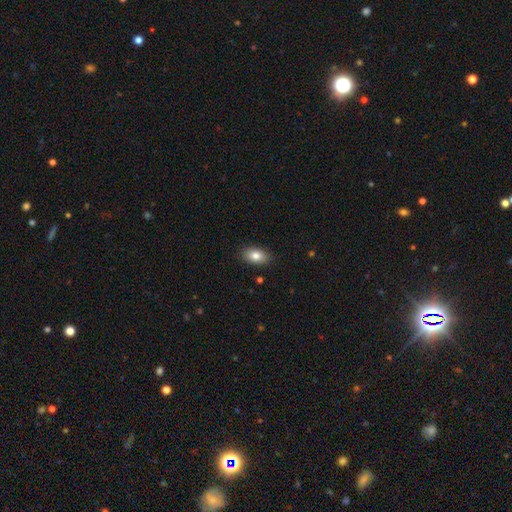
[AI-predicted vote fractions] Smooth or featured? Predicted: smooth (p=0.81). How rounded? Predicted: in between (p=0.91). Merging? Predicted: none (p=0.88).